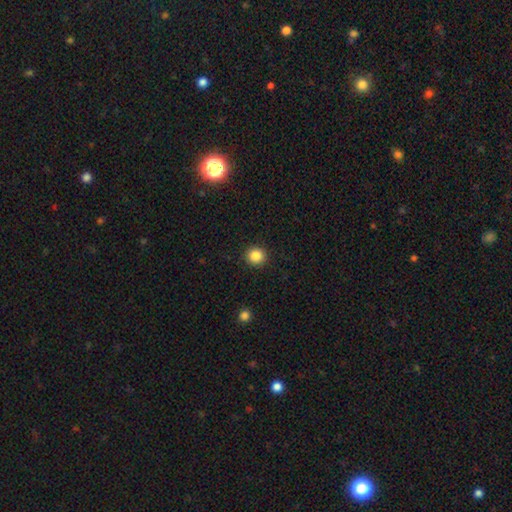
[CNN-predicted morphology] This appears to be a smooth galaxy with no disk features (86%) that is round (92%). Merging: none (92%).